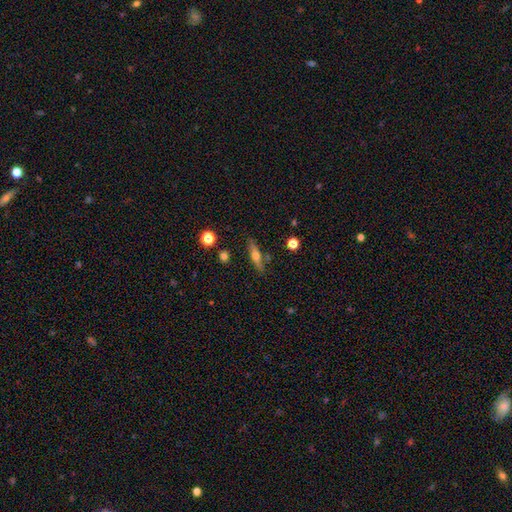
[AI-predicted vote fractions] Smooth or featured? Predicted: featured or disk (p=0.47). Merging? Predicted: none (p=0.80).